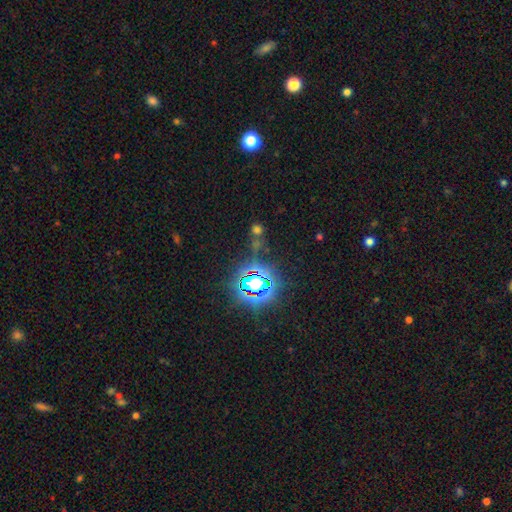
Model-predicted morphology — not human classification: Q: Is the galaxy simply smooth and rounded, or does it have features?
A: star or artifact — 81%.